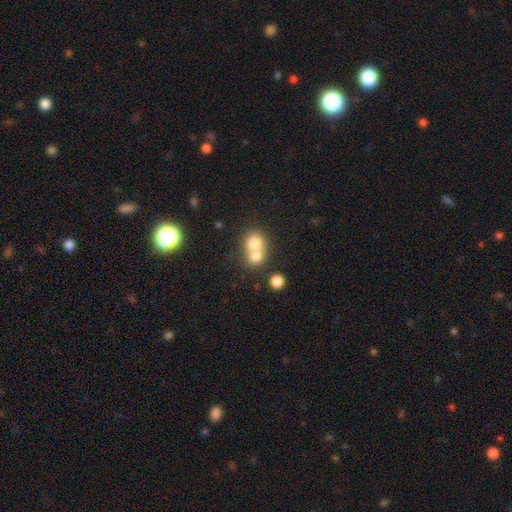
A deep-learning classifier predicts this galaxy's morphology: smooth-or-featured: smooth: 74% | featured or disk: 15% | star or artifact: 11%
  how-rounded: round: 76% | in between: 23% | cigar-shaped: 1%
  merging: merger: 65% | none: 27% | minor disturbance: 5% | major disturbance: 2%